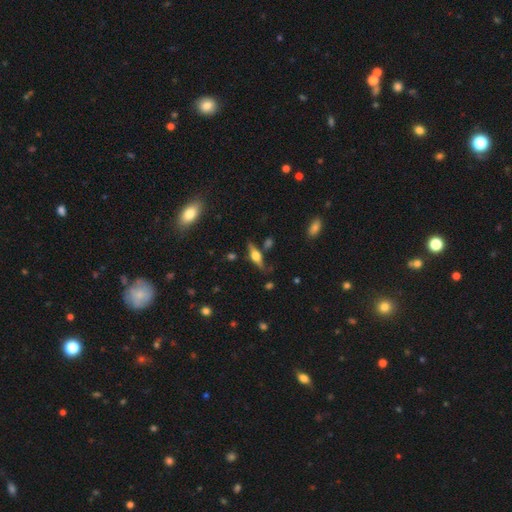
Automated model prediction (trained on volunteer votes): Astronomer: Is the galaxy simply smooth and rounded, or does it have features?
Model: featured or disk — 66%.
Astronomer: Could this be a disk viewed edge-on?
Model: yes — 94%.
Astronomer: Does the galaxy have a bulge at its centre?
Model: rounded — 90%.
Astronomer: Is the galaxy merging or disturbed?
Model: none — 76%.